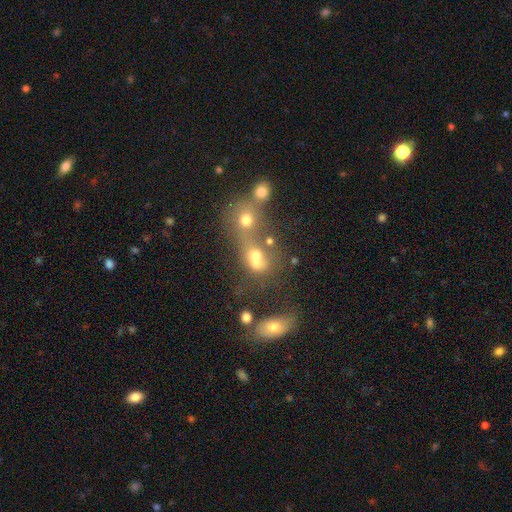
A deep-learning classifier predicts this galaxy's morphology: type=smooth (62%); roundness=round (56%); merging=merger (55%).